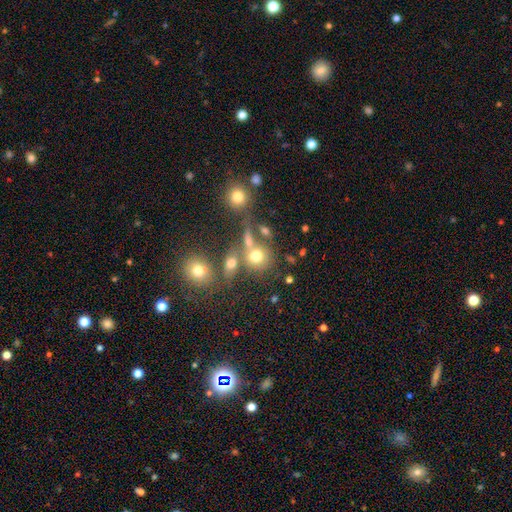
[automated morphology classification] A smooth galaxy with no disk features (70%) that is round (77%).

Vote fractions:
- Smooth or featured? smooth: 70% / star or artifact: 17% / featured or disk: 13%
- How rounded? round: 77% / in between: 21% / cigar-shaped: 2%
- Merging? none: 51% / merger: 31% / minor disturbance: 11% / major disturbance: 7%